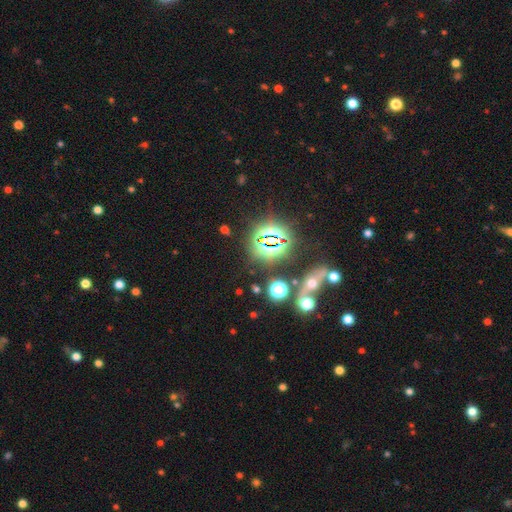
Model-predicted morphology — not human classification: A star or artifact, not a galaxy (82%).